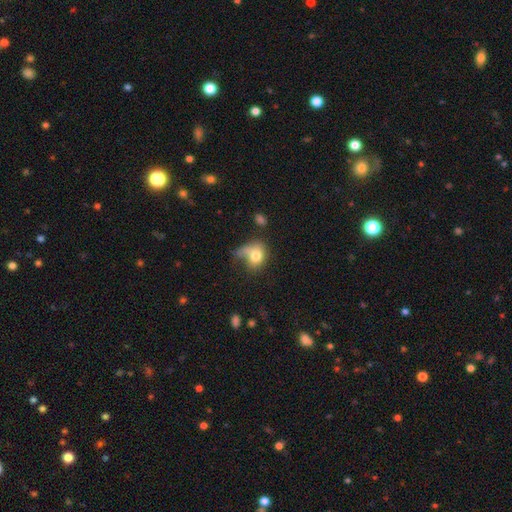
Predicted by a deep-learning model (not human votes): Smooth or featured: smooth — 74% (featured or disk — 17%)
How rounded: in between — 50% (round — 48%)
Merging: major disturbance — 33% (none — 30%)